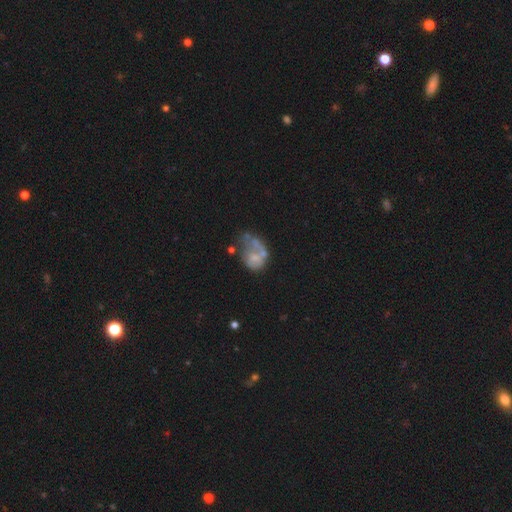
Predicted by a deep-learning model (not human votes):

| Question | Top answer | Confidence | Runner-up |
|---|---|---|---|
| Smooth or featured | featured or disk | 49% | smooth (39%) |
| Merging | major disturbance | 33% | none (24%) |